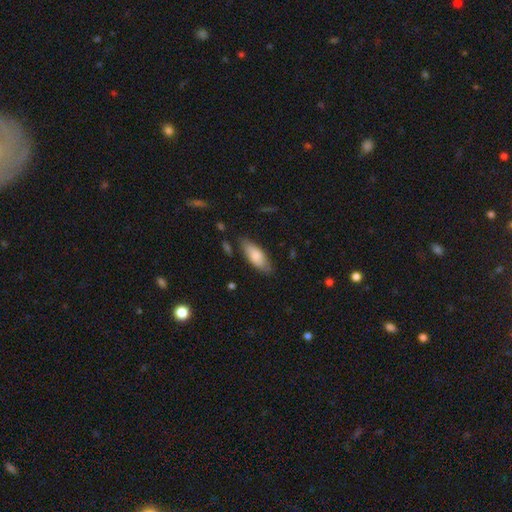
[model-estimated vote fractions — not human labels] Smooth or featured? Predicted: smooth (p=0.77). How rounded? Predicted: in between (p=0.74). Merging? Predicted: none (p=0.79).